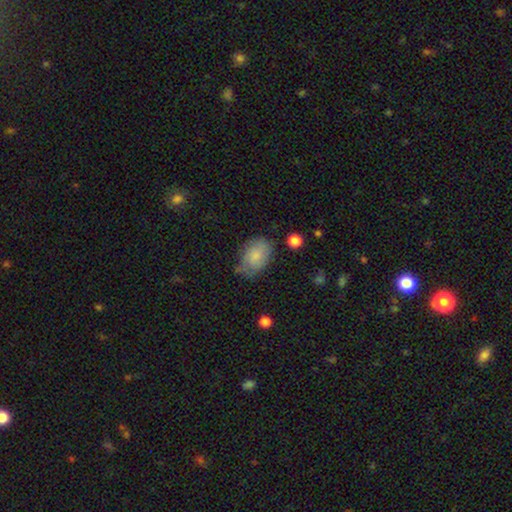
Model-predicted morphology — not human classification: Smooth or featured?
  - smooth: 72% *
  - featured or disk: 21%
  - star or artifact: 7%
How rounded?
  - in between: 86% *
  - round: 13%
  - cigar-shaped: 1%
Merging?
  - none: 58% *
  - minor disturbance: 30%
  - major disturbance: 9%
  - merger: 3%